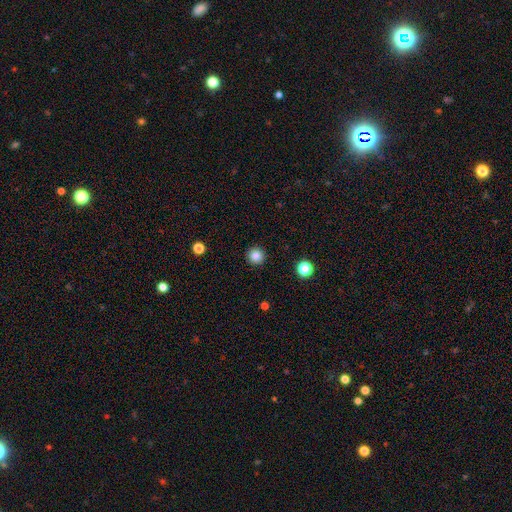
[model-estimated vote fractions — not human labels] This appears to be a smooth galaxy with no disk features (84%) that is round (96%). Merging: none (93%).